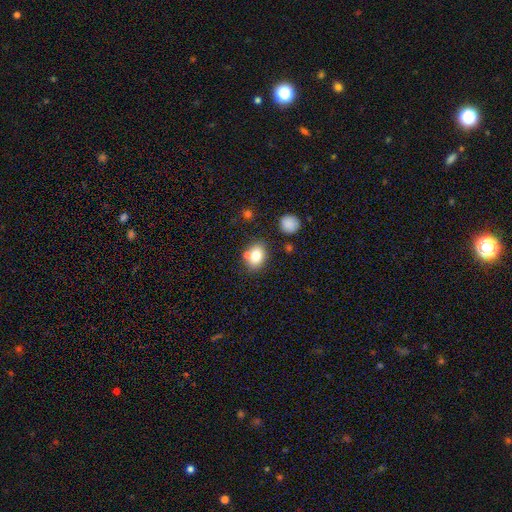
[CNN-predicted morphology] smooth-or-featured: smooth: 78% | featured or disk: 12% | star or artifact: 10%
  how-rounded: in between: 68% | round: 30% | cigar-shaped: 1%
  merging: none: 66% | merger: 17% | minor disturbance: 13% | major disturbance: 4%